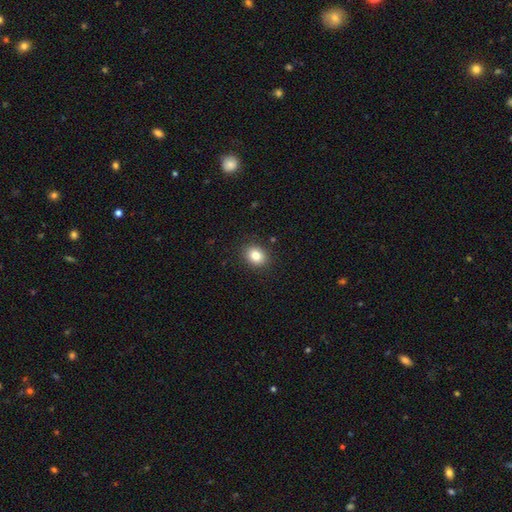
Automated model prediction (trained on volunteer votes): A smooth galaxy with no disk features (83%) that is round (51%). Merging: none (89%).